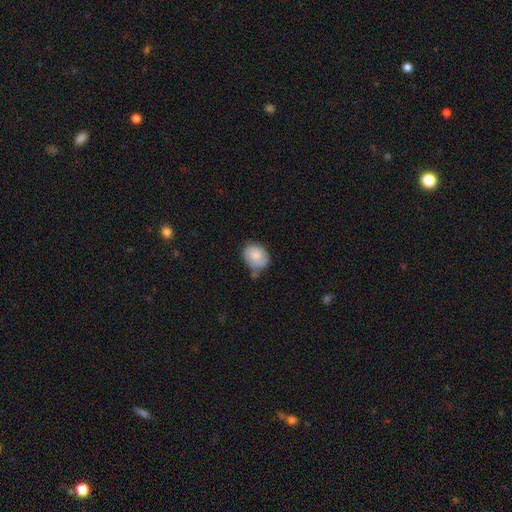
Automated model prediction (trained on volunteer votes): Q: Smooth or featured?
A: smooth (83%); runner-up: featured or disk (11%)
Q: How rounded?
A: round (57%); runner-up: in between (42%)
Q: Merging?
A: none (59%); runner-up: minor disturbance (26%)